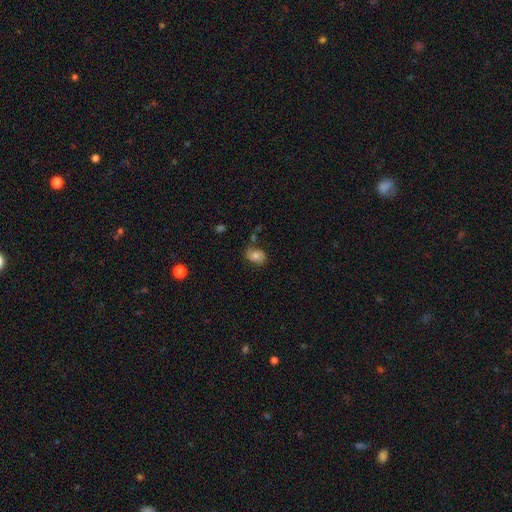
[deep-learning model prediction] Smooth or featured: smooth — 65% (featured or disk — 25%)
How rounded: in between — 72% (round — 27%)
Merging: none — 65% (minor disturbance — 22%)